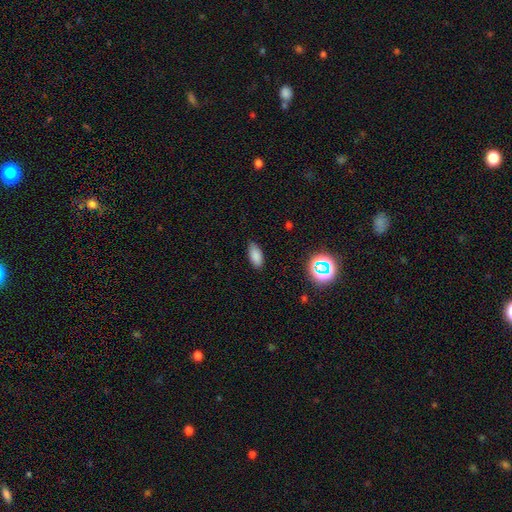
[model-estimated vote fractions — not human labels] smooth-or-featured: smooth: 83% | star or artifact: 12% | featured or disk: 5%
  how-rounded: in between: 89% | cigar-shaped: 8% | round: 3%
  merging: none: 84% | minor disturbance: 13% | major disturbance: 3% | merger: 1%